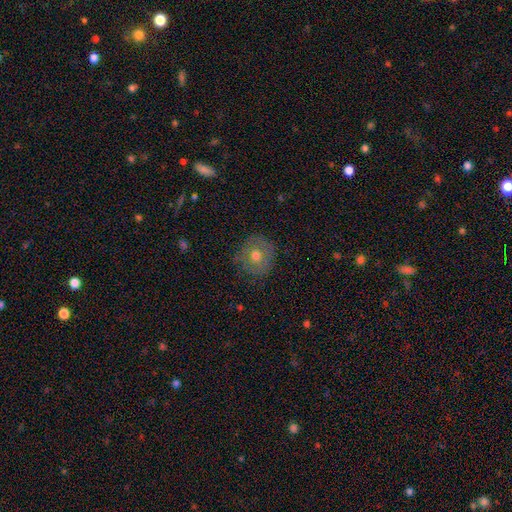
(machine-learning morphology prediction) smooth 61%, featured or disk 27%, star or artifact 13%. Down the decision tree: how rounded — round (92%); merging — none (84%).